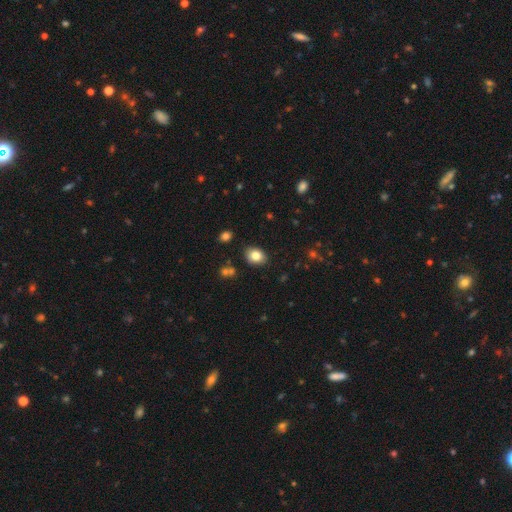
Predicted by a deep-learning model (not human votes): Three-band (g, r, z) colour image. It shows a smooth galaxy with no disk features (82%) that is in between round and cigar-shaped (61%). Merging: none (86%).